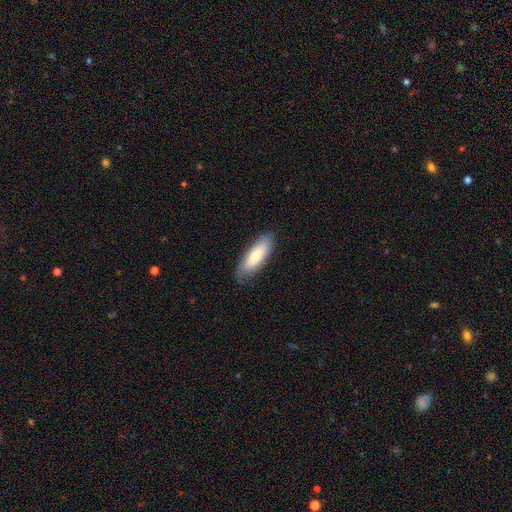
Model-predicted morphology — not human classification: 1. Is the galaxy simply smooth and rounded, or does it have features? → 74% smooth, 20% featured or disk, 6% star or artifact.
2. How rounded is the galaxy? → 61% in between, 37% cigar-shaped, 2% round.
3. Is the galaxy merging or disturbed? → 78% none, 18% minor disturbance, 4% major disturbance, 1% merger.